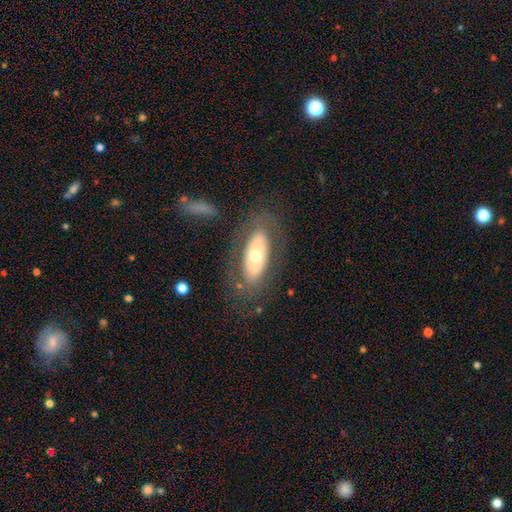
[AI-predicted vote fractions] This appears to be a featured or disk galaxy (48%). Merging: none (76%).